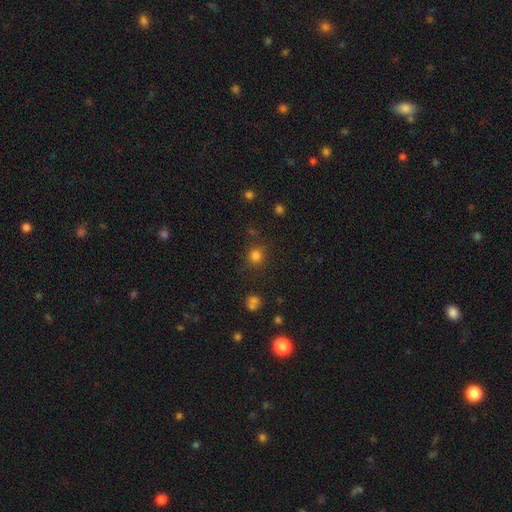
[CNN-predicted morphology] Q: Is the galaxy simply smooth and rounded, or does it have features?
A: smooth — 80%.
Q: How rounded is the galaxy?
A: round — 92%.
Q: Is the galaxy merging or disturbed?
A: none — 84%.